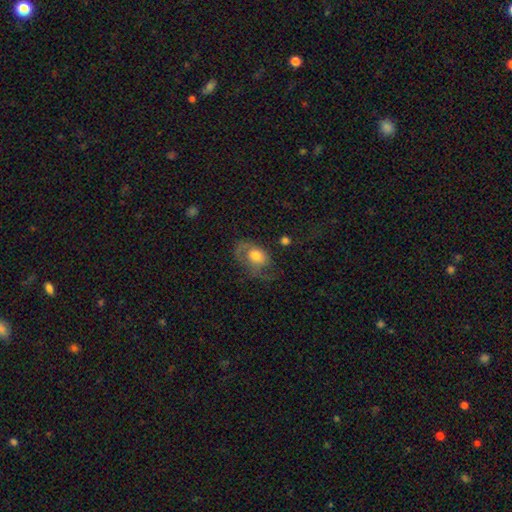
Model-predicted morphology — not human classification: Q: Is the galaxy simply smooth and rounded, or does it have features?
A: featured or disk — 47%.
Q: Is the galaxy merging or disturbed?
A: none — 38%.